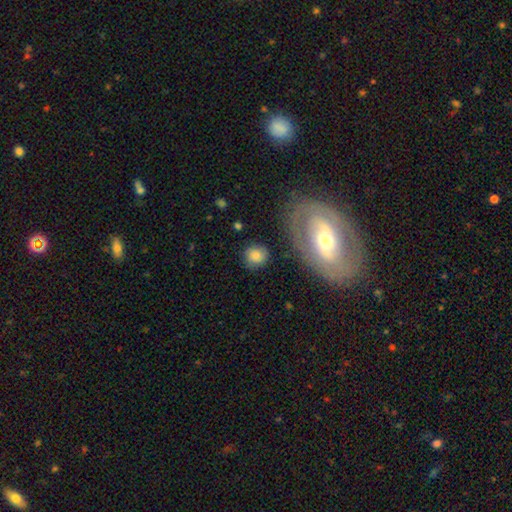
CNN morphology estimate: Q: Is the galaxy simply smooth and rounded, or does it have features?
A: smooth — 82%.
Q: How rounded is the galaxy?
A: round — 79%.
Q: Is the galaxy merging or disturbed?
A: none — 80%.